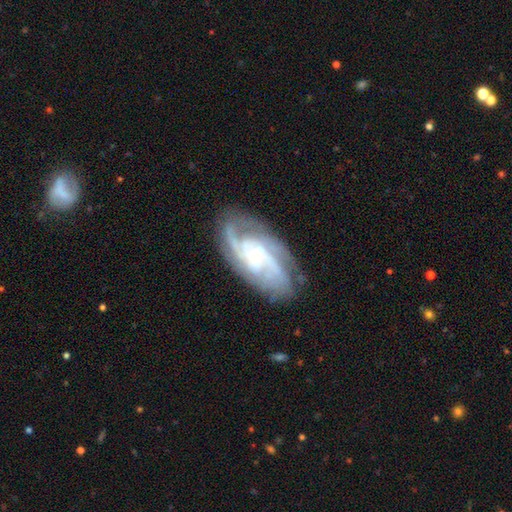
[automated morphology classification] smooth_or_featured: featured or disk (p=0.88) [alt: smooth p=0.06]
disk_edge_on: no (p=0.95) [alt: yes p=0.05]
bar: no (p=0.52) [alt: weak p=0.38]
has_spiral_arms: yes (p=0.97) [alt: no p=0.03]
spiral_winding: tight (p=0.47) [alt: medium p=0.43]
spiral_arm_count: 3 (p=0.31) [alt: 2 p=0.24]
bulge_size: small (p=0.68) [alt: moderate p=0.27]
merging: none (p=0.77) [alt: minor disturbance p=0.16]